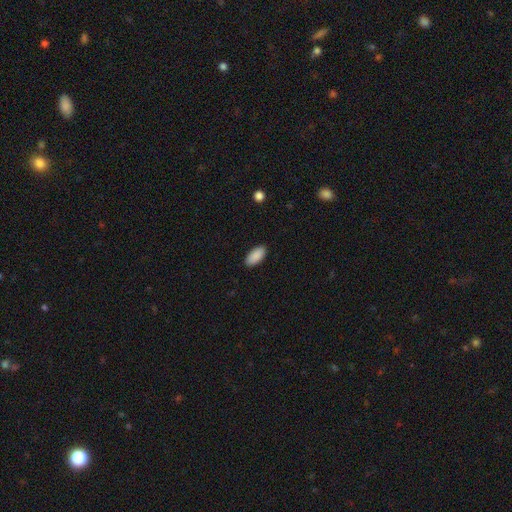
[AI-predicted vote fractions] This appears to be a smooth galaxy with no disk features (91%) that is in between round and cigar-shaped (93%). Merging: none (90%).